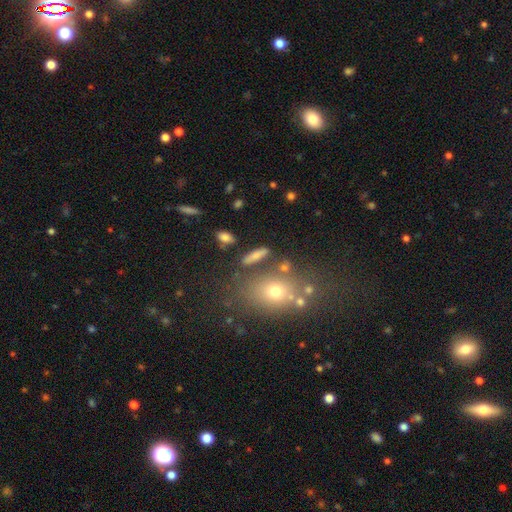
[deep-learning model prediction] Overall: smooth (69%). How rounded: cigar-shaped (54%; in between 36%). Merging: none (75%).